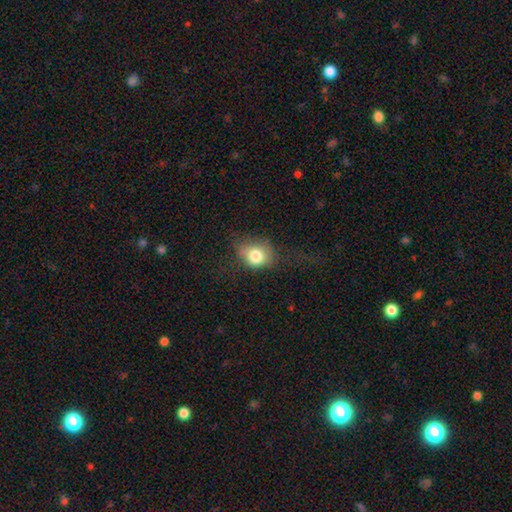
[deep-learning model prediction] smooth_or_featured: smooth (p=0.78) [alt: featured or disk p=0.12]
how_rounded: round (p=0.54) [alt: in between p=0.45]
merging: none (p=0.53) [alt: minor disturbance p=0.27]